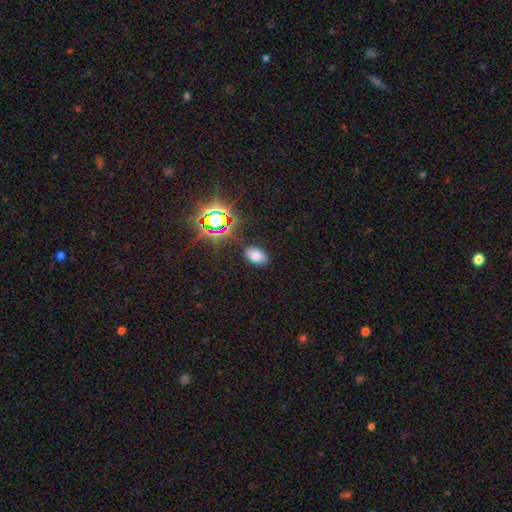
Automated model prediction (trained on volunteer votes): A smooth galaxy with no disk features (70%) that is in between round and cigar-shaped (90%).

Vote fractions:
- Smooth or featured? smooth: 70% / star or artifact: 21% / featured or disk: 9%
- How rounded? in between: 90% / round: 8% / cigar-shaped: 1%
- Merging? none: 84% / minor disturbance: 11% / major disturbance: 3% / merger: 2%